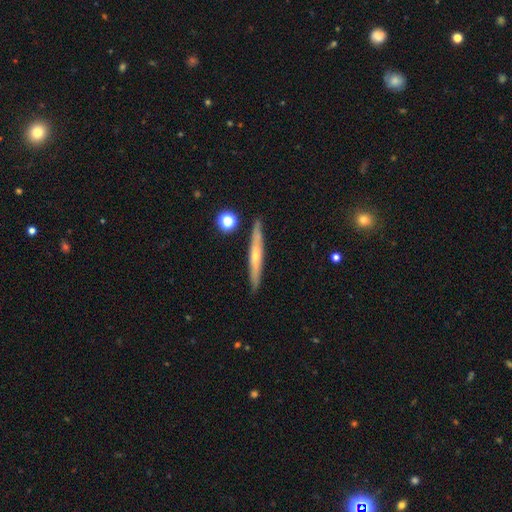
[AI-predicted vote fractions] Smooth or featured?
  - featured or disk: 63% *
  - smooth: 30%
  - star or artifact: 7%
Edge-on disk?
  - yes: 96% *
  - no: 4%
Edge-on bulge?
  - rounded: 63% *
  - none: 33%
  - boxy: 3%
Merging?
  - none: 89% *
  - minor disturbance: 7%
  - merger: 2%
  - major disturbance: 1%